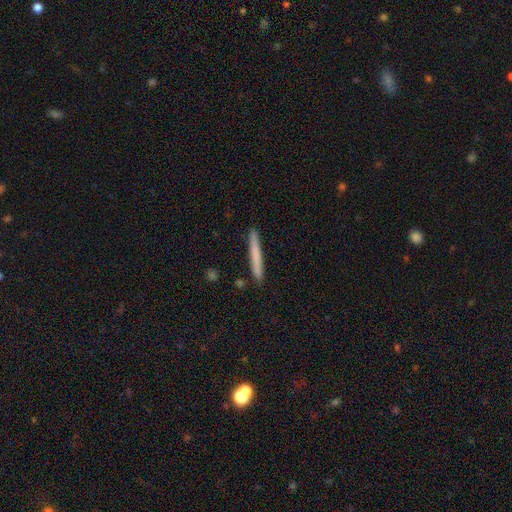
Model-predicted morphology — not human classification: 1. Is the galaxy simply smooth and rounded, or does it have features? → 71% smooth, 23% featured or disk, 6% star or artifact.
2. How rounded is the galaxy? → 97% cigar-shaped, 2% in between, 1% round.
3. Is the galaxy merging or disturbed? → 91% none, 7% minor disturbance, 2% merger, 1% major disturbance.